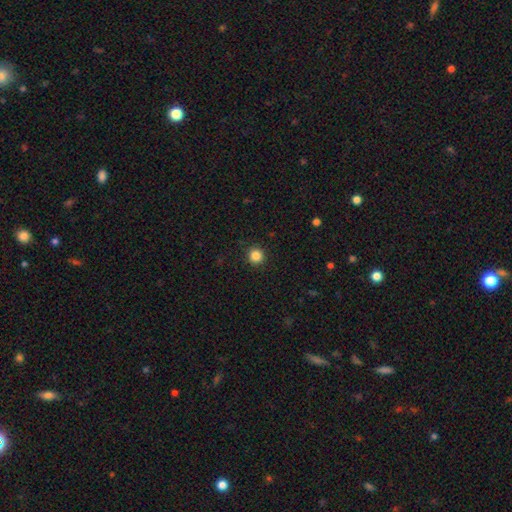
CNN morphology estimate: Smooth or featured?
  - smooth: 86% *
  - star or artifact: 11%
  - featured or disk: 3%
How rounded?
  - round: 95% *
  - in between: 4%
  - cigar-shaped: 1%
Merging?
  - none: 92% *
  - minor disturbance: 5%
  - major disturbance: 2%
  - merger: 1%